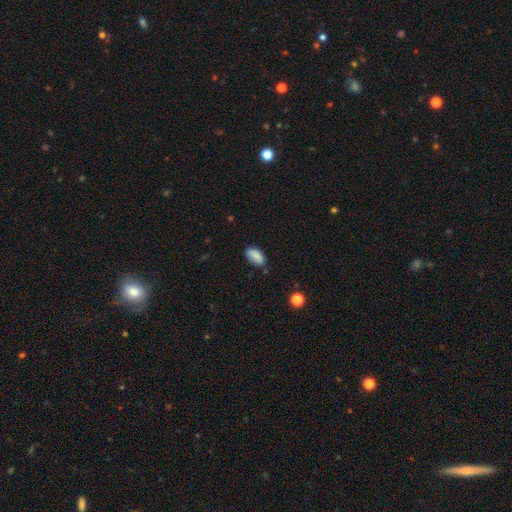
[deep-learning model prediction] smooth-or-featured: smooth: 86% | star or artifact: 8% | featured or disk: 7%
  how-rounded: in between: 92% | cigar-shaped: 5% | round: 3%
  merging: none: 74% | minor disturbance: 20% | major disturbance: 4% | merger: 3%